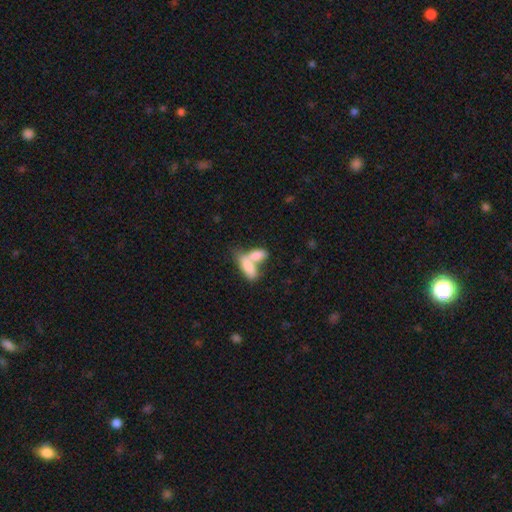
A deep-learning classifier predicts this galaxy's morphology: Smooth or featured?
  - smooth: 77% *
  - featured or disk: 16%
  - star or artifact: 7%
How rounded?
  - in between: 82% *
  - cigar-shaped: 14%
  - round: 4%
Merging?
  - merger: 74% *
  - none: 16%
  - minor disturbance: 6%
  - major disturbance: 4%